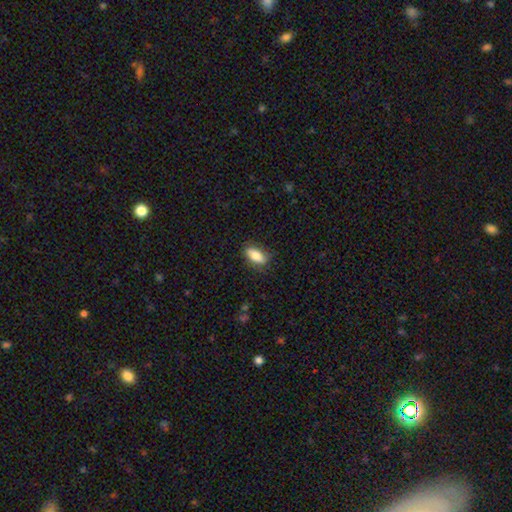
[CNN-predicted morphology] A smooth galaxy with no disk features (80%) that is in between round and cigar-shaped (82%). Merging: none (79%).